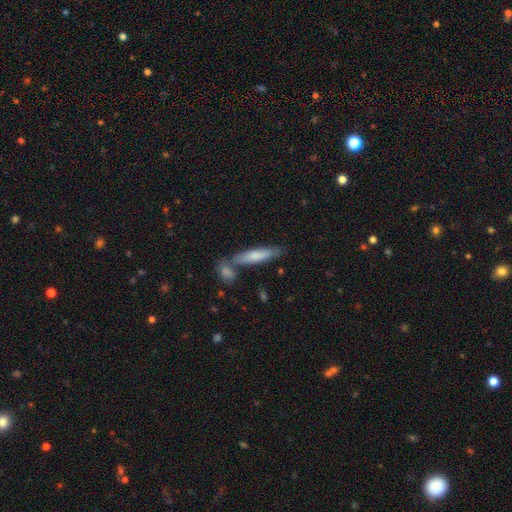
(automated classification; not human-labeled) A smooth galaxy with no disk features (73%) that is cigar-shaped (75%). Merging: none (64%).